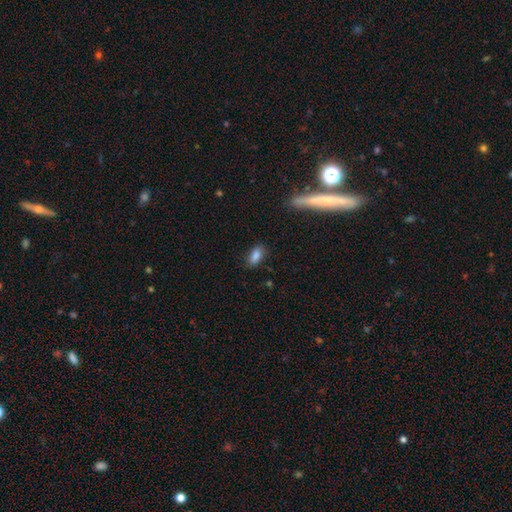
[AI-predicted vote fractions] This appears to be a smooth galaxy with no disk features (85%) that is in between round and cigar-shaped (87%). Merging: none (79%).